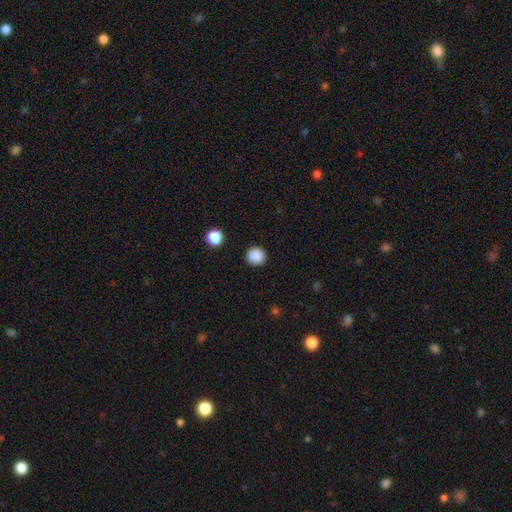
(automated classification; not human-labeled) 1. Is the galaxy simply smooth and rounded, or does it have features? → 87% smooth, 10% star or artifact, 2% featured or disk.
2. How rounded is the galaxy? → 95% round, 4% in between, 1% cigar-shaped.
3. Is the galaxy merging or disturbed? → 92% none, 5% minor disturbance, 2% major disturbance, 1% merger.